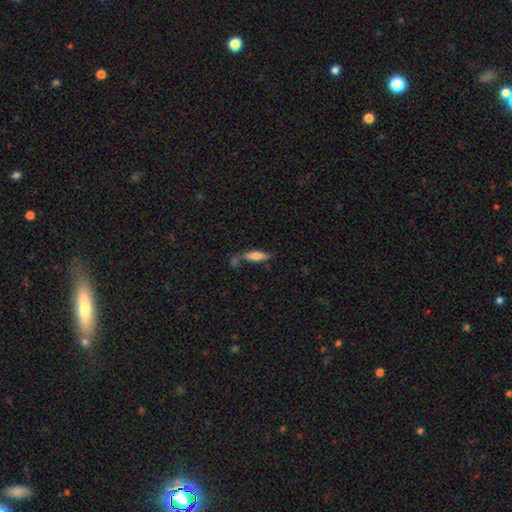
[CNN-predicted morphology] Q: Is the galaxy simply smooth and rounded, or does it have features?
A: smooth — 71%.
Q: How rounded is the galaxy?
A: cigar-shaped — 54%.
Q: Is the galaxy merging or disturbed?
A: none — 60%.